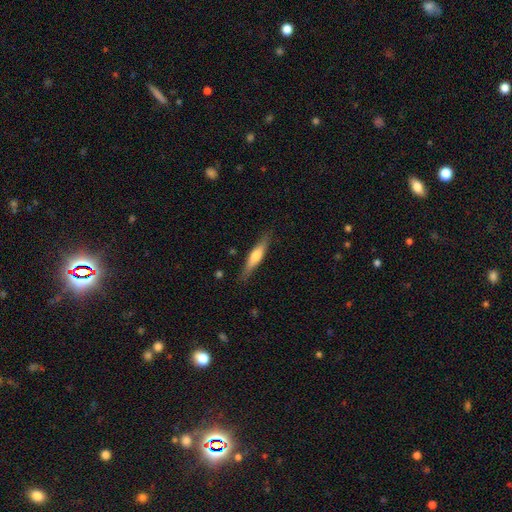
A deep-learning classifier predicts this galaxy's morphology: Smooth or featured? smooth (50%)
How rounded? cigar-shaped (82%)
Merging? none (84%)